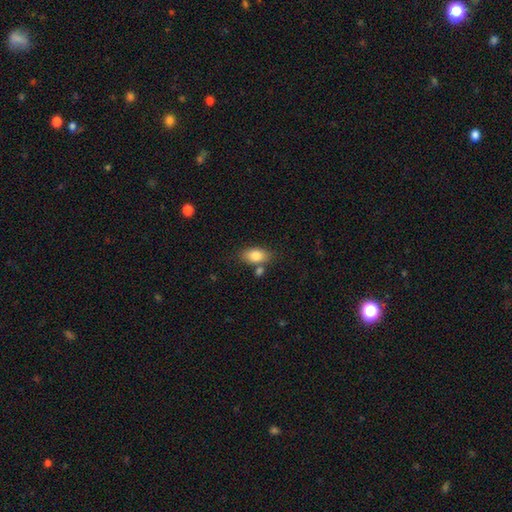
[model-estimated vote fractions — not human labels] Smooth or featured: smooth — 82% (featured or disk — 10%)
How rounded: in between — 88% (round — 9%)
Merging: none — 69% (merger — 14%)